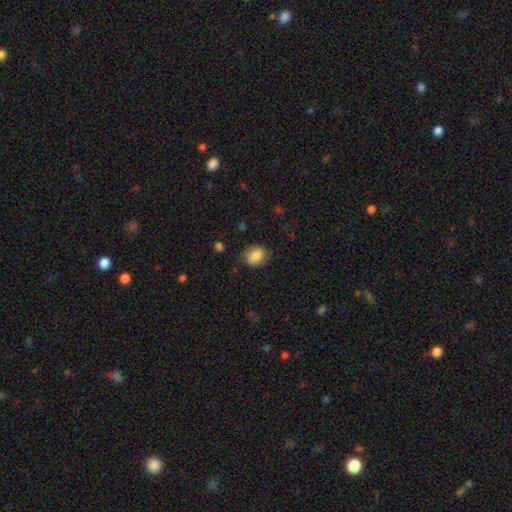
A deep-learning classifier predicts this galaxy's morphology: smooth-or-featured: smooth: 76% | featured or disk: 16% | star or artifact: 8%
  how-rounded: in between: 53% | round: 46% | cigar-shaped: 1%
  merging: none: 71% | minor disturbance: 21% | major disturbance: 7% | merger: 1%